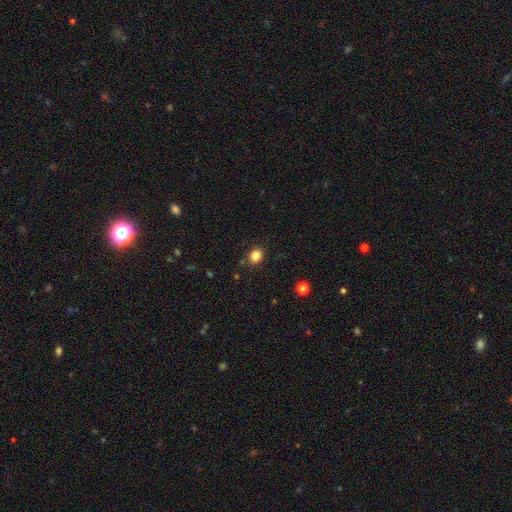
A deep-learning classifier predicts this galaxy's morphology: This is clearly a smooth galaxy (84%). How rounded: possibly round (52%). Merging: clearly none (84%).